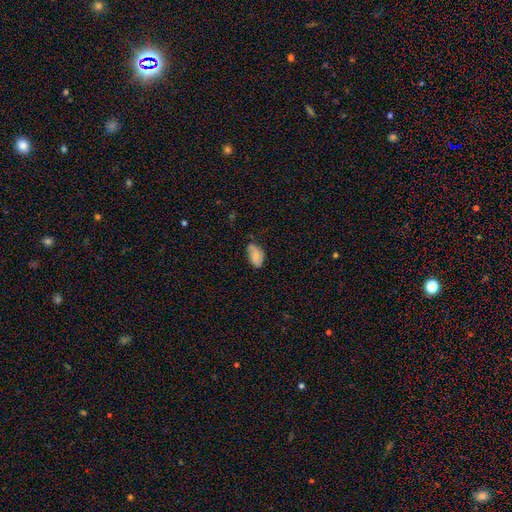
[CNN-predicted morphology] Smooth or featured?
  - smooth: 67% *
  - featured or disk: 25%
  - star or artifact: 8%
How rounded?
  - in between: 92% *
  - round: 5%
  - cigar-shaped: 2%
Merging?
  - none: 53% *
  - minor disturbance: 36%
  - major disturbance: 8%
  - merger: 3%